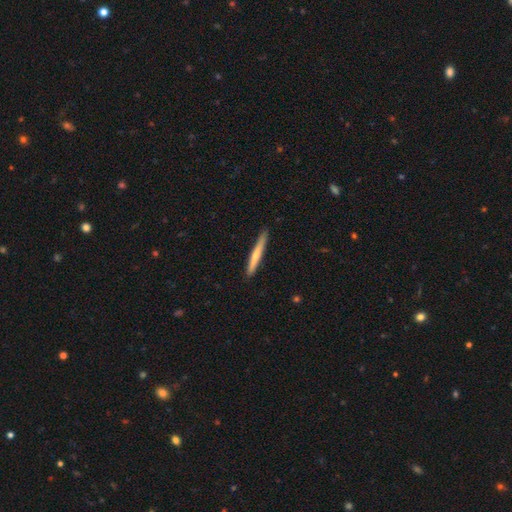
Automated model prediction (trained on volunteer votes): A smooth galaxy with no disk features (64%) that is cigar-shaped (96%).

Vote fractions:
- Smooth or featured? smooth: 64% / featured or disk: 31% / star or artifact: 5%
- How rounded? cigar-shaped: 96% / in between: 3% / round: 1%
- Merging? none: 87% / minor disturbance: 10% / major disturbance: 2% / merger: 1%